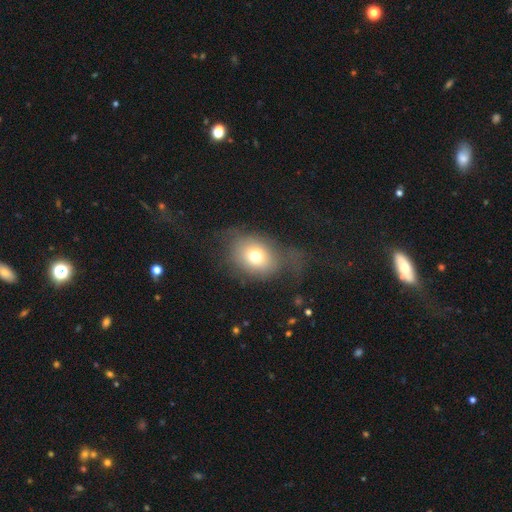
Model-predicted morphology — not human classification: Q: Smooth or featured?
A: smooth (69%); runner-up: featured or disk (19%)
Q: How rounded?
A: in between (58%); runner-up: round (41%)
Q: Merging?
A: none (49%); runner-up: major disturbance (25%)